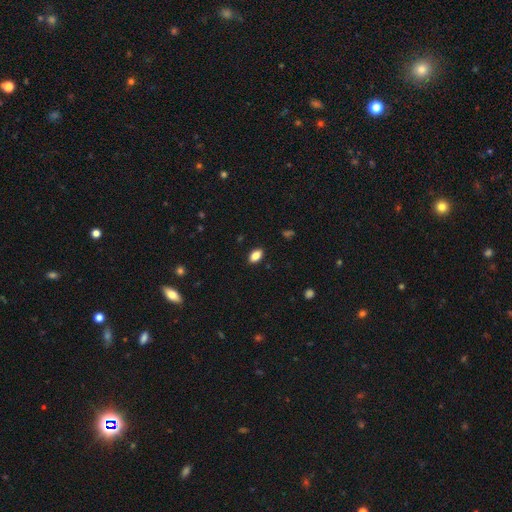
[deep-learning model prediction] This appears to be a smooth galaxy with no disk features (86%) that is in between round and cigar-shaped (90%). Merging: none (89%).